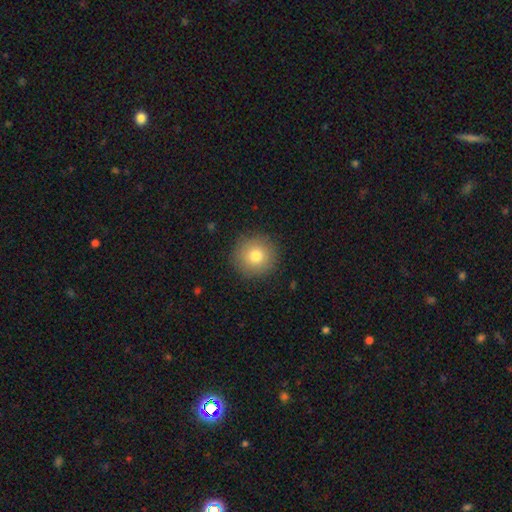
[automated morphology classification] Smooth or featured? Predicted: smooth (p=0.79). How rounded? Predicted: round (p=0.95). Merging? Predicted: none (p=0.89).